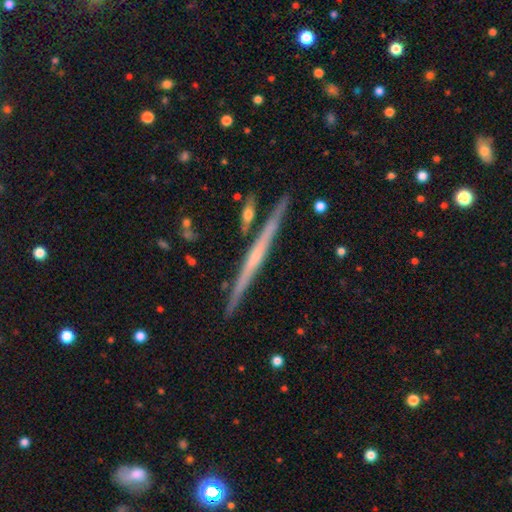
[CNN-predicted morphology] This is likely a featured or disk galaxy (69%). It is clearly viewed edge-on (98%). Edge-on bulge: likely none (70%). Merging: clearly none (88%).